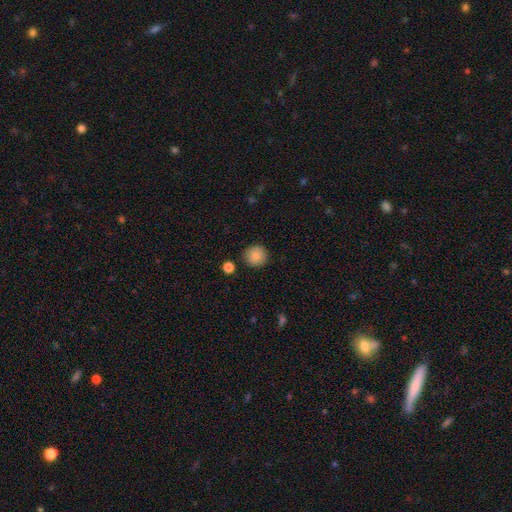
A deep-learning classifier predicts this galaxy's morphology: Smooth or featured? smooth (86%)
How rounded? round (94%)
Merging? none (89%)